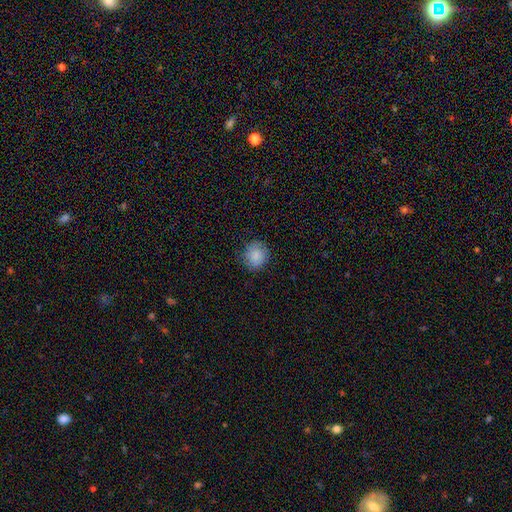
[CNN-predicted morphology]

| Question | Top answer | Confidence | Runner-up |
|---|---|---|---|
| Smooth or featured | smooth | 86% | star or artifact (8%) |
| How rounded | round | 83% | in between (16%) |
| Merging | none | 79% | minor disturbance (16%) |